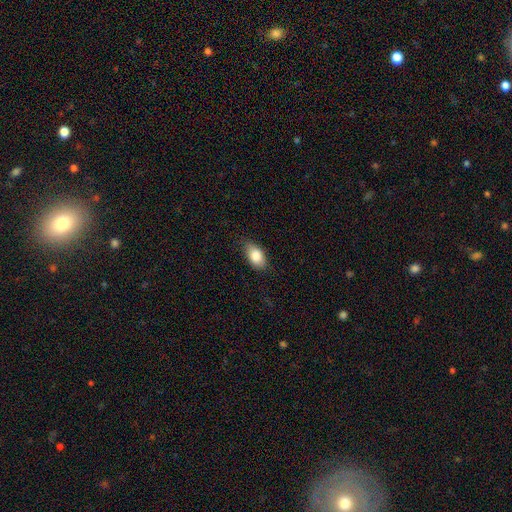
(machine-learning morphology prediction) Smooth or featured? Predicted: smooth (p=0.84). How rounded? Predicted: in between (p=0.90). Merging? Predicted: none (p=0.75).